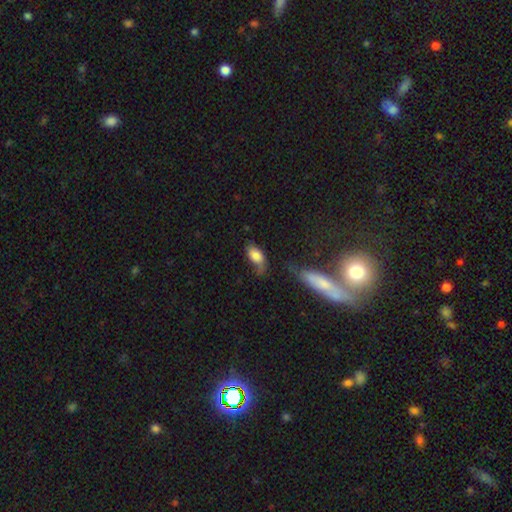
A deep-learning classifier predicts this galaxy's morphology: A smooth galaxy with no disk features (74%) that is in between round and cigar-shaped (89%). Merging: none (36%).